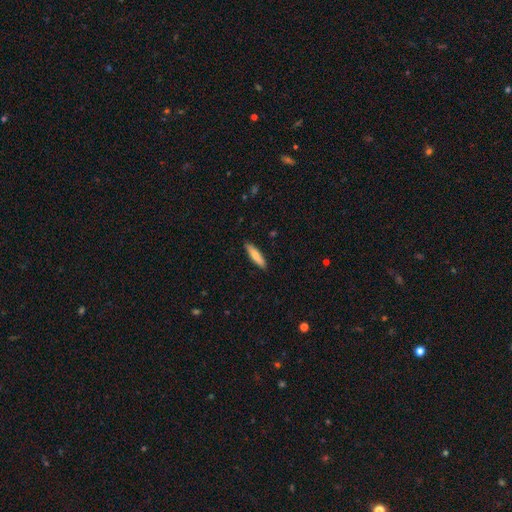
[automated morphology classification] This appears to be a smooth galaxy with no disk features (75%) that is cigar-shaped (76%). Merging: none (89%).